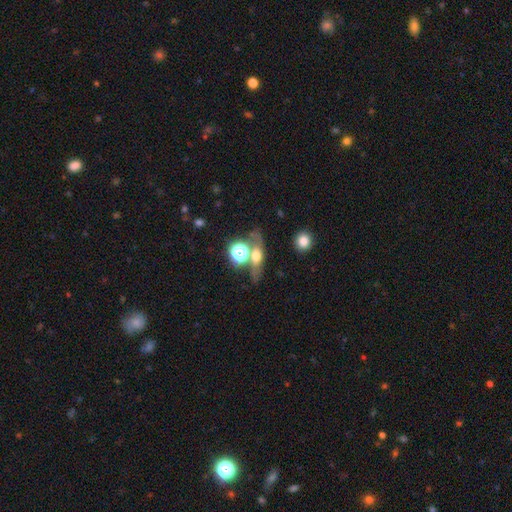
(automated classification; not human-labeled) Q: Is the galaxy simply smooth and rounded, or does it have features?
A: featured or disk — 42%.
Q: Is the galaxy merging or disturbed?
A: none — 58%.